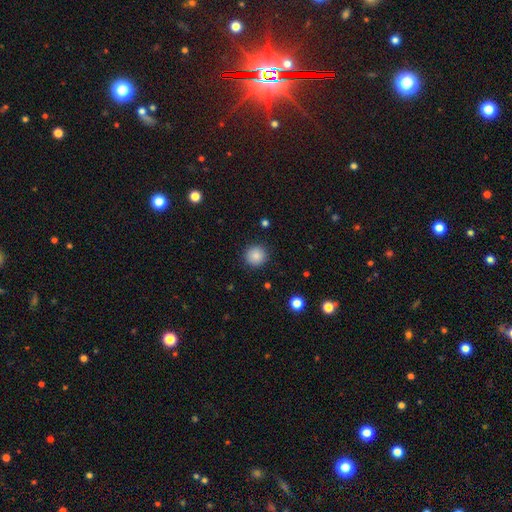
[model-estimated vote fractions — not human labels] Smooth or featured?
  - smooth: 87% *
  - star or artifact: 9%
  - featured or disk: 4%
How rounded?
  - round: 94% *
  - in between: 5%
  - cigar-shaped: 1%
Merging?
  - none: 91% *
  - minor disturbance: 6%
  - major disturbance: 2%
  - merger: 1%